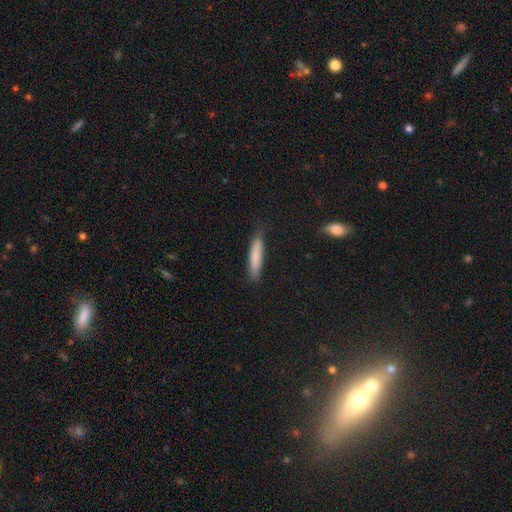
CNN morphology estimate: This appears to be a smooth galaxy with no disk features (81%) that is cigar-shaped (88%). Merging: none (81%).